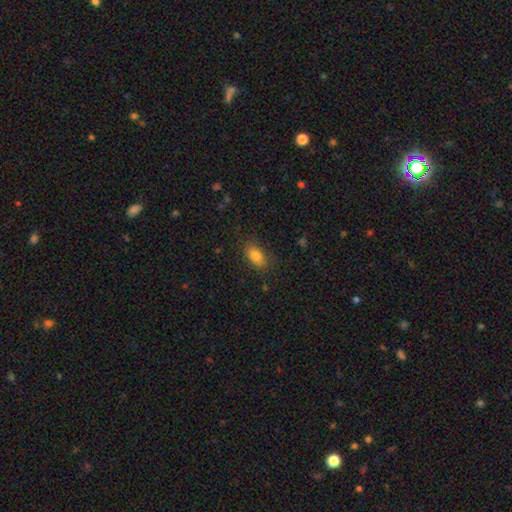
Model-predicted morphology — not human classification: Smooth or featured?
  - smooth: 84% *
  - star or artifact: 9%
  - featured or disk: 7%
How rounded?
  - in between: 87% *
  - round: 8%
  - cigar-shaped: 4%
Merging?
  - none: 81% *
  - minor disturbance: 14%
  - major disturbance: 4%
  - merger: 1%